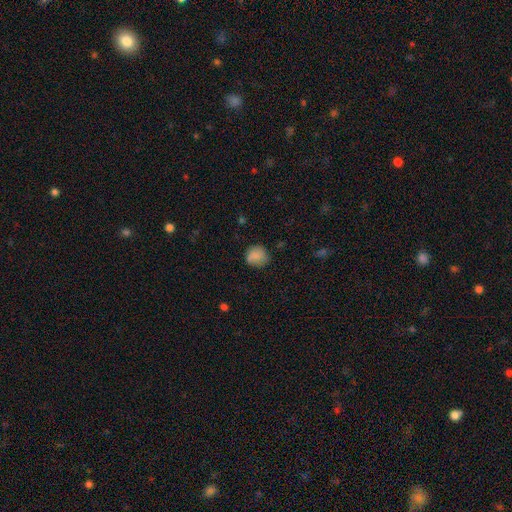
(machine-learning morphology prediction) This is clearly a smooth galaxy (82%). How rounded: clearly round (81%). Merging: likely none (73%).